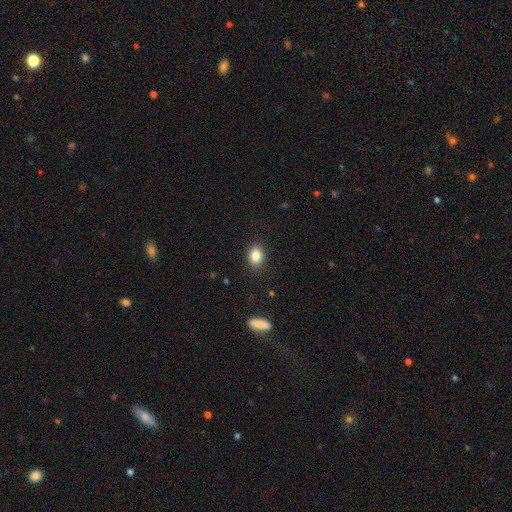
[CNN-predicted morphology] Smooth or featured? smooth (85%)
How rounded? in between (74%)
Merging? none (87%)